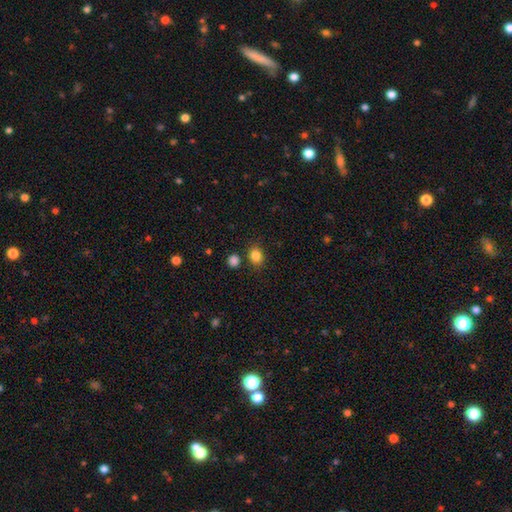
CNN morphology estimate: Smooth or featured?
  - smooth: 84% *
  - star or artifact: 11%
  - featured or disk: 4%
How rounded?
  - round: 66% *
  - in between: 33%
  - cigar-shaped: 1%
Merging?
  - none: 80% *
  - minor disturbance: 11%
  - merger: 7%
  - major disturbance: 3%